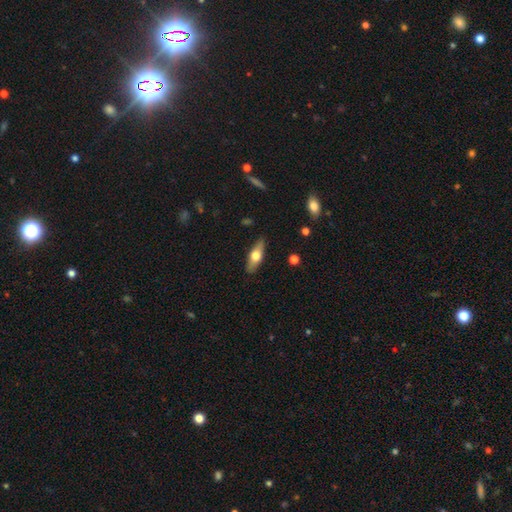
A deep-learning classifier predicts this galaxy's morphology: Smooth or featured: smooth — 56% (featured or disk — 38%)
How rounded: in between — 57% (cigar-shaped — 40%)
Merging: none — 87% (minor disturbance — 9%)